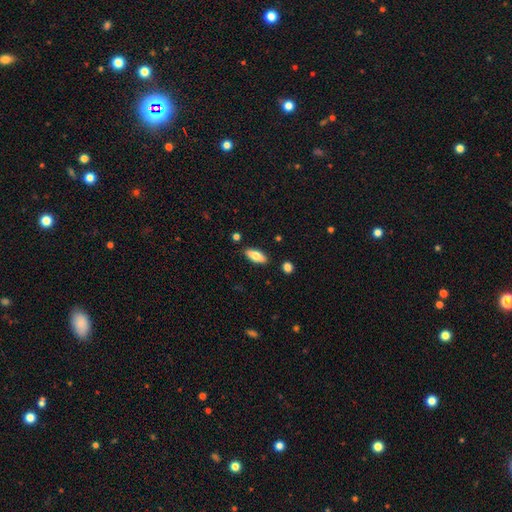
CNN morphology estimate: smooth-or-featured: smooth: 75% | featured or disk: 19% | star or artifact: 6%
  how-rounded: in between: 75% | cigar-shaped: 22% | round: 2%
  merging: none: 87% | minor disturbance: 9% | merger: 2% | major disturbance: 2%